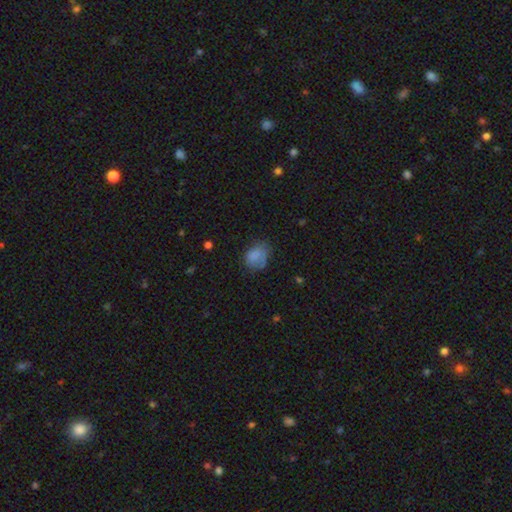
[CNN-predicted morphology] Overall: smooth (77%). How rounded: in between (61%; round 38%). Merging: none (48%; minor disturbance 31%).